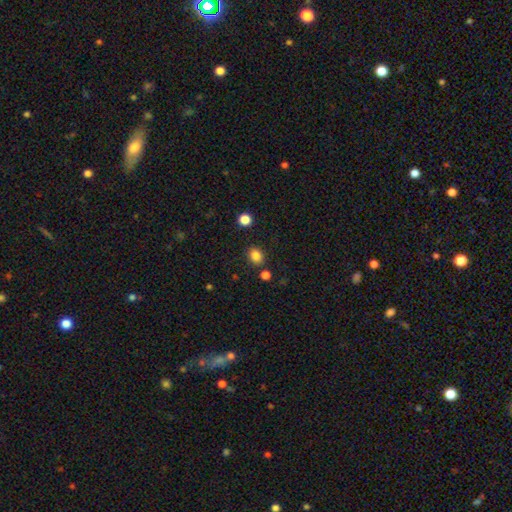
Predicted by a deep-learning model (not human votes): This appears to be a smooth galaxy with no disk features (84%) that is round (52%). Merging: none (82%).